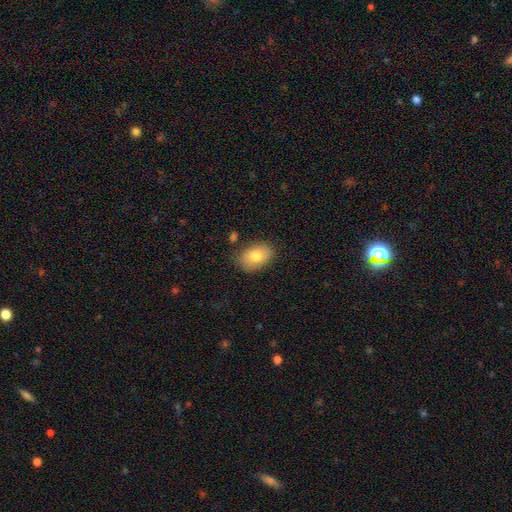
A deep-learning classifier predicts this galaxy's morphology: Smooth or featured?
  - smooth: 78% *
  - featured or disk: 14%
  - star or artifact: 8%
How rounded?
  - in between: 84% *
  - round: 15%
  - cigar-shaped: 1%
Merging?
  - none: 80% *
  - minor disturbance: 14%
  - major disturbance: 3%
  - merger: 2%